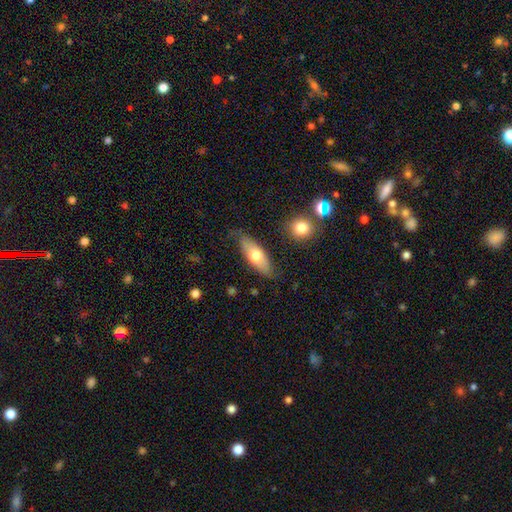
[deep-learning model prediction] Overall: smooth (65%; featured or disk 29%). How rounded: in between (69%). Merging: none (76%).